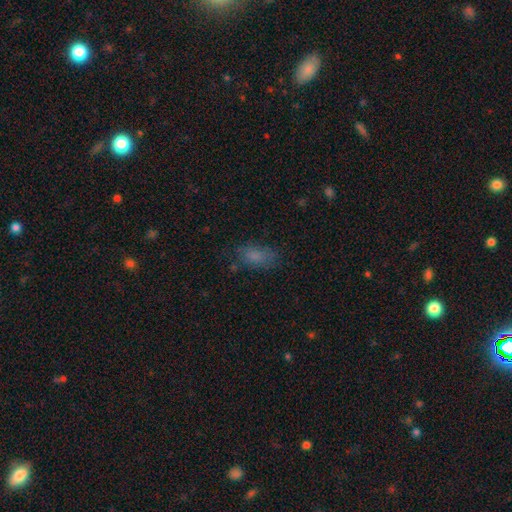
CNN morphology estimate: The model was most divided on "merging": none: 70%, minor disturbance: 19%, major disturbance: 8%, merger: 2%. More confident: how rounded — in between (85%); smooth or featured — smooth (77%).